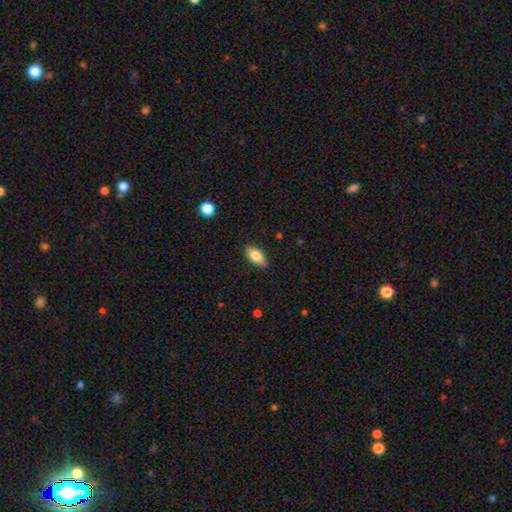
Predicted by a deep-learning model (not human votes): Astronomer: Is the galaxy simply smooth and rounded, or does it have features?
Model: smooth — 81%.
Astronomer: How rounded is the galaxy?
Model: in between — 87%.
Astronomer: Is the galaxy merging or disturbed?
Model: none — 87%.